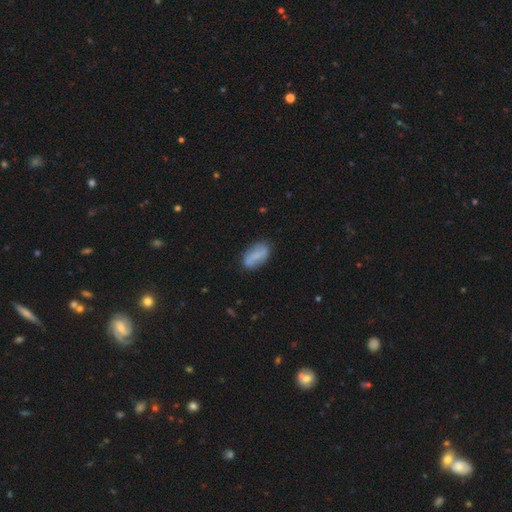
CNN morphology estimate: The model was most divided on "smooth or featured": smooth: 70%, featured or disk: 23%, star or artifact: 7%. More confident: how rounded — in between (88%); merging — none (76%).